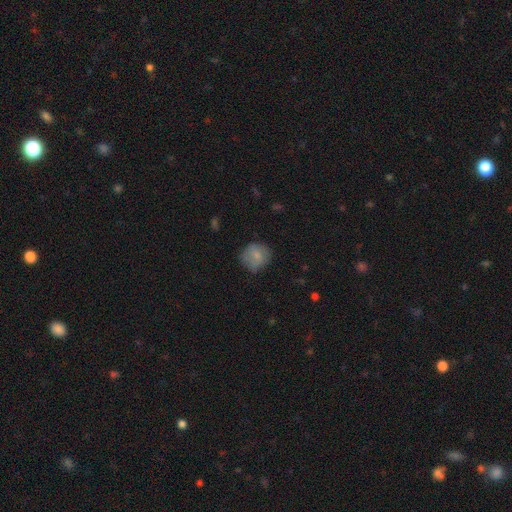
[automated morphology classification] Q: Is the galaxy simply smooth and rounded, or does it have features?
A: smooth — 75%.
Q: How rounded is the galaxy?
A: round — 84%.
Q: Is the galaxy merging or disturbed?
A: none — 72%.